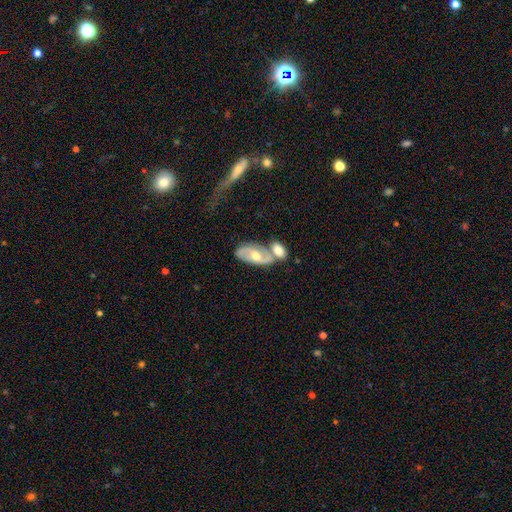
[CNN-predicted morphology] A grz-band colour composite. It shows a featured or disk galaxy (71%) with no bar (49%), 2 (83%) medium (45%) spiral arms (88%) and a moderate central bulge (68%). Merging: merger (45%).